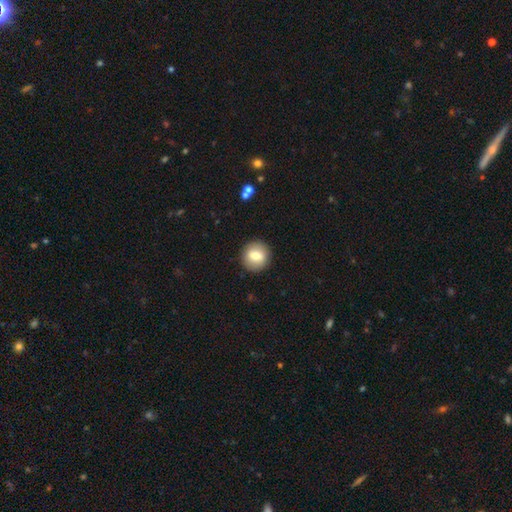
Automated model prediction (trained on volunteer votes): A smooth galaxy with no disk features (73%) that is round (90%).

Vote fractions:
- Smooth or featured? smooth: 73% / featured or disk: 20% / star or artifact: 8%
- How rounded? round: 90% / in between: 9% / cigar-shaped: 1%
- Merging? none: 91% / minor disturbance: 6% / major disturbance: 2% / merger: 1%